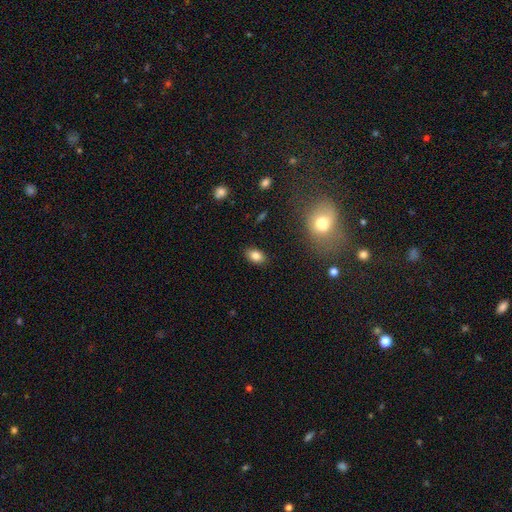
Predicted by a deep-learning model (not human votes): Morphology: type=smooth (83%); roundness=in between (87%); merging=none (87%).